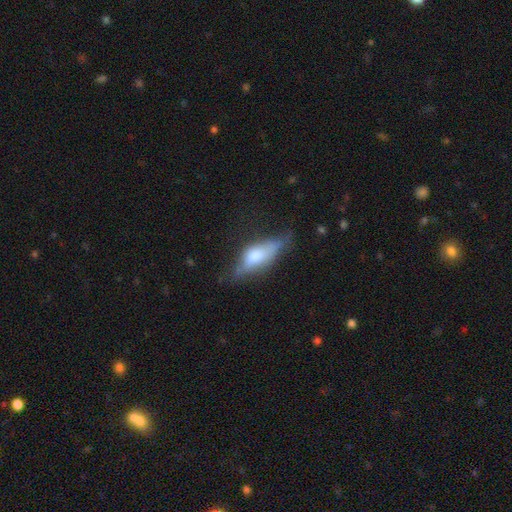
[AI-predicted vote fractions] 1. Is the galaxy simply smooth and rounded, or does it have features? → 54% smooth, 38% featured or disk, 7% star or artifact.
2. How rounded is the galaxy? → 61% in between, 36% cigar-shaped, 3% round.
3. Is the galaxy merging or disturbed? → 48% none, 34% minor disturbance, 16% major disturbance, 3% merger.